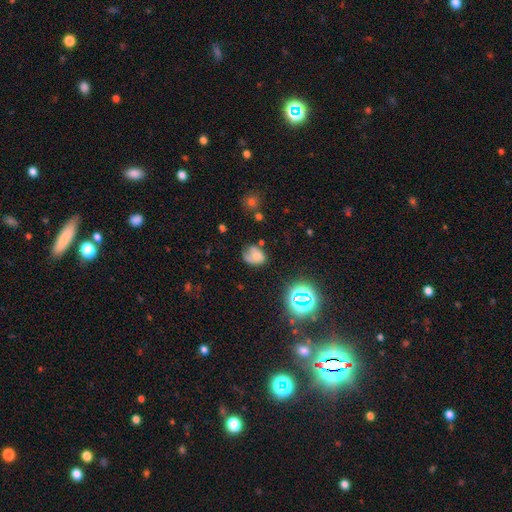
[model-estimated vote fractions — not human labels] smooth-or-featured: smooth: 51% | featured or disk: 32% | star or artifact: 17%
  how-rounded: in between: 59% | round: 39% | cigar-shaped: 1%
  merging: none: 43% | minor disturbance: 28% | major disturbance: 22% | merger: 7%